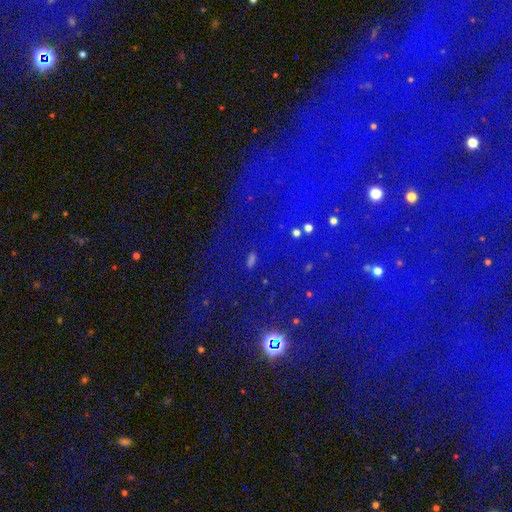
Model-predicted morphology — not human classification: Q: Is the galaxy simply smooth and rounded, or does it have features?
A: star or artifact — 80%.